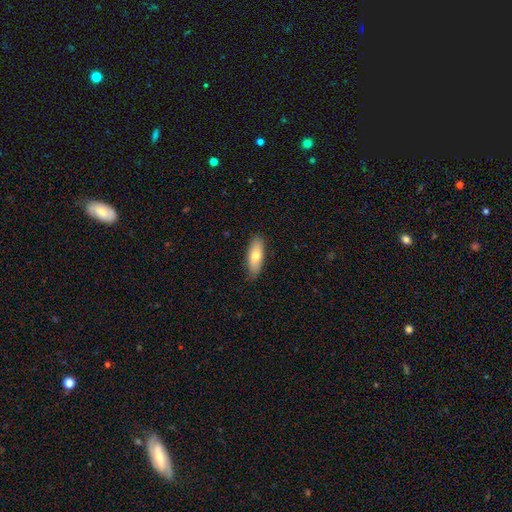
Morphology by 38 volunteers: A smooth galaxy with no disk features (84%) that is in between round and cigar-shaped (50%, tied with cigar-shaped).

Vote fractions:
- Smooth or featured? smooth: 84% / featured or disk: 11% / star or artifact: 5%
- How rounded? in between: 50% (tied) / cigar-shaped: 50% (tied) / round: 0%
- Merging? none: 83% / minor disturbance: 17% / major disturbance: 0% / merger: 0%